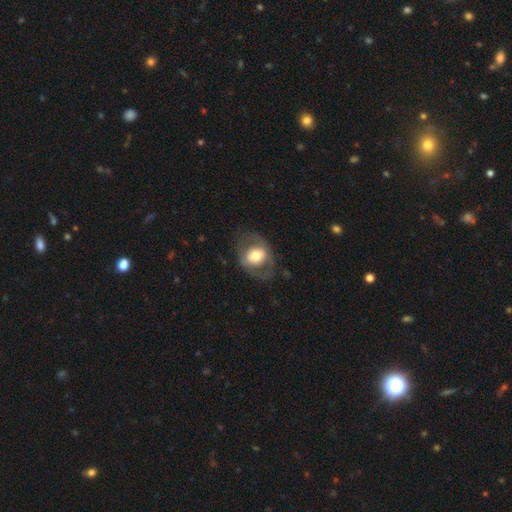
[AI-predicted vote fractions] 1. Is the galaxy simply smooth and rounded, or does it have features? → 51% smooth, 43% featured or disk, 7% star or artifact.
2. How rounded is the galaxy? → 53% in between, 46% round, 1% cigar-shaped.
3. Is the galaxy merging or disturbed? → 66% none, 17% minor disturbance, 16% major disturbance, 1% merger.